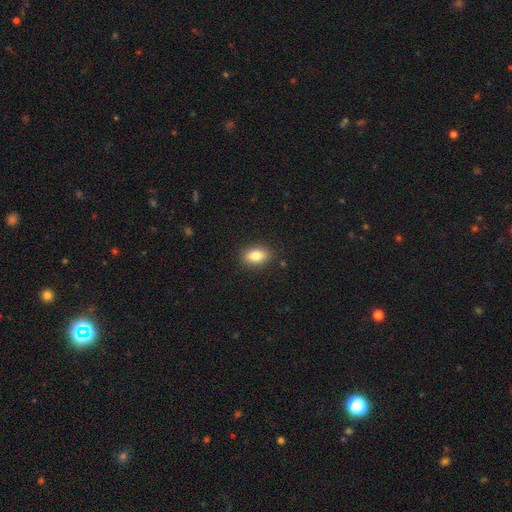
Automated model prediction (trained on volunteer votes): smooth 82%, featured or disk 10%, star or artifact 8%. Down the decision tree: how rounded — in between (85%); merging — none (88%).